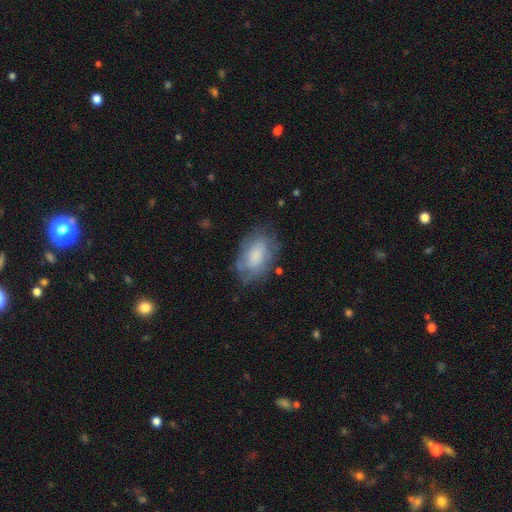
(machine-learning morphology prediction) This is possibly a smooth galaxy (57%). How rounded: clearly in between (89%). Merging: likely none (64%).